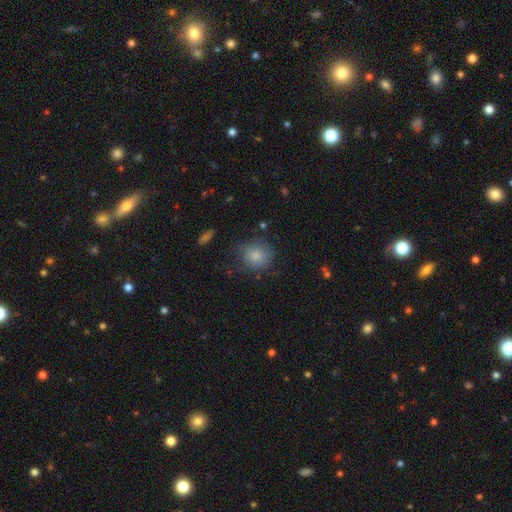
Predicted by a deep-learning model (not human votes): smooth 80%, featured or disk 10%, star or artifact 10%. Down the decision tree: how rounded — round (79%); merging — none (69%).